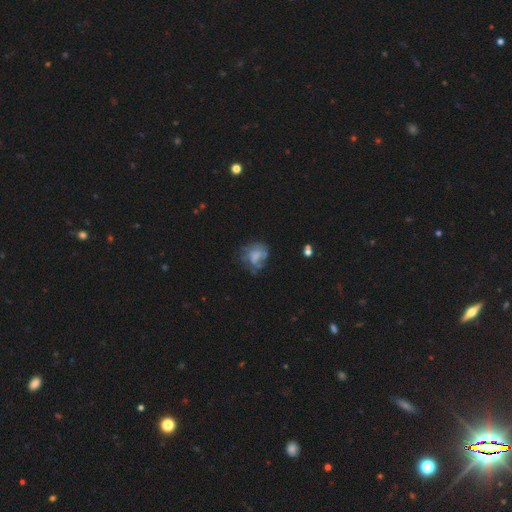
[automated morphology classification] Smooth or featured: smooth — 45% (featured or disk — 42%)
Merging: none — 46% (minor disturbance — 25%)